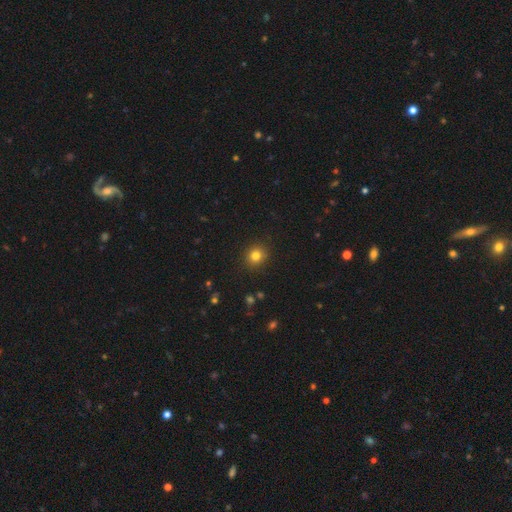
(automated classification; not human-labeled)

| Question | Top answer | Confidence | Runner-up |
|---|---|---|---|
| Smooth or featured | smooth | 80% | star or artifact (14%) |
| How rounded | round | 85% | in between (14%) |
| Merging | none | 90% | minor disturbance (7%) |